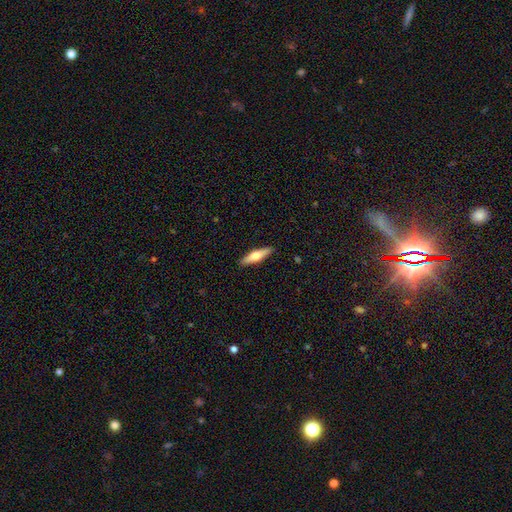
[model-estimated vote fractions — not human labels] Overall: smooth (53%; featured or disk 42%). How rounded: cigar-shaped (69%). Merging: none (90%).